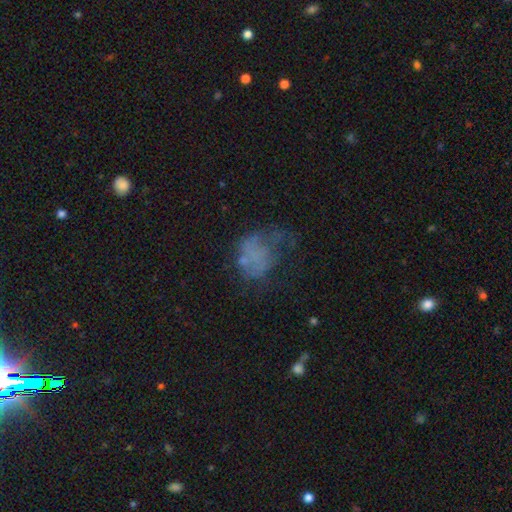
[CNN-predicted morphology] type=smooth (41%); merging=major disturbance (40%).